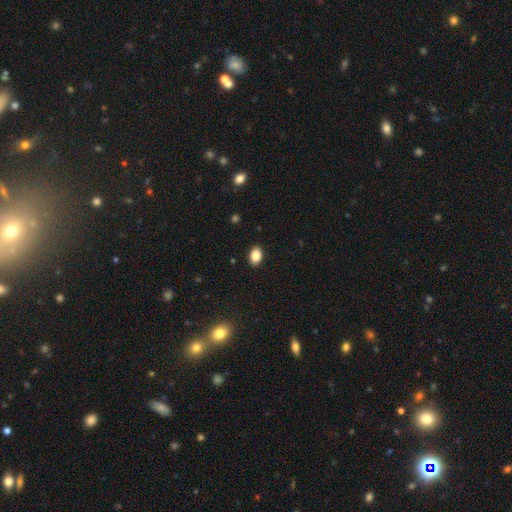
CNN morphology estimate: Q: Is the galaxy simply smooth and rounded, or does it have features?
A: smooth — 86%.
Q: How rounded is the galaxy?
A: in between — 83%.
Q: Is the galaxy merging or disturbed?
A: none — 90%.